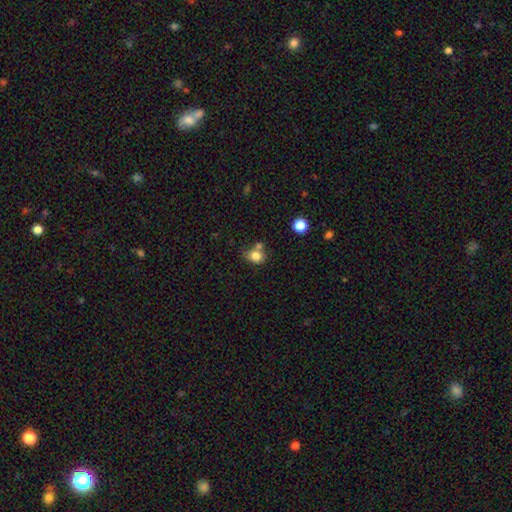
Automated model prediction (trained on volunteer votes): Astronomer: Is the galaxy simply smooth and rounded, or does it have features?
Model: smooth — 80%.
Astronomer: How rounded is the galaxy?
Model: round — 63%.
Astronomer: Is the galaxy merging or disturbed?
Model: none — 52%.